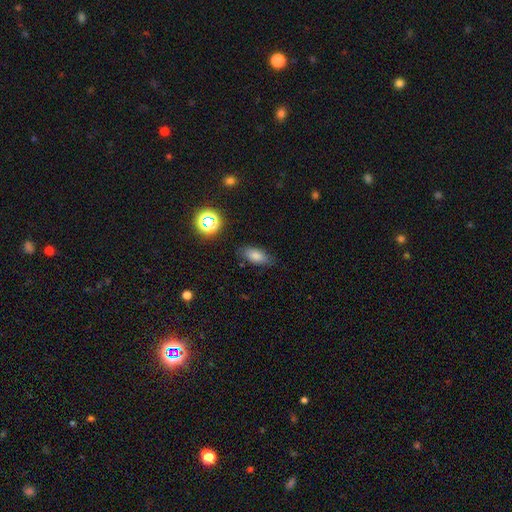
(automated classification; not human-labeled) A smooth galaxy with no disk features (79%) that is in between round and cigar-shaped (84%). Merging: none (80%).